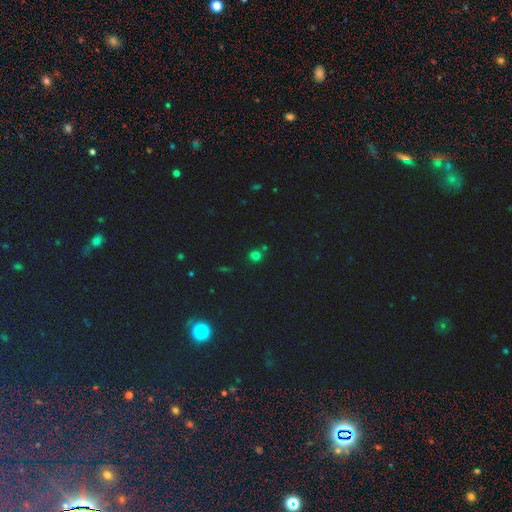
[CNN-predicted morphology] The model was most divided on "smooth or featured": smooth: 67%, star or artifact: 27%, featured or disk: 6%. More confident: how rounded — round (86%); merging — none (73%).